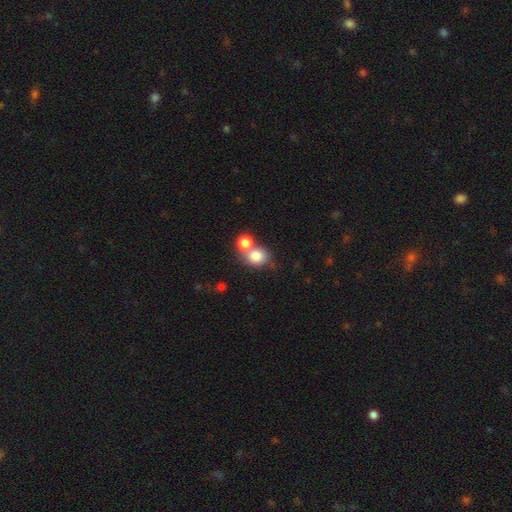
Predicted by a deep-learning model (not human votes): smooth_or_featured: smooth (p=0.79) [alt: star or artifact p=0.11]
how_rounded: round (p=0.73) [alt: in between p=0.26]
merging: merger (p=0.46) [alt: none p=0.42]